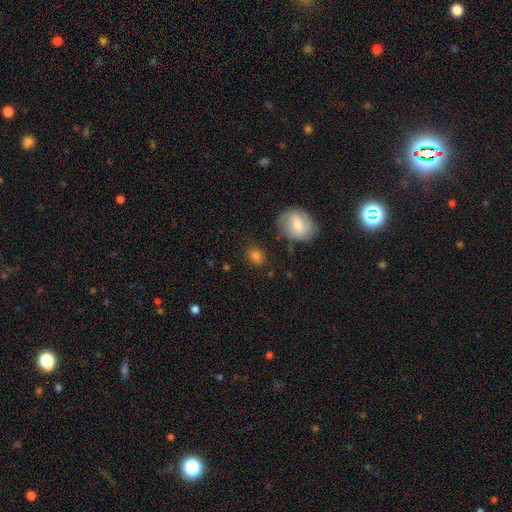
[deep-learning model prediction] smooth_or_featured: smooth (p=0.79) [alt: featured or disk p=0.11]
how_rounded: in between (p=0.53) [alt: round p=0.46]
merging: none (p=0.77) [alt: minor disturbance p=0.14]